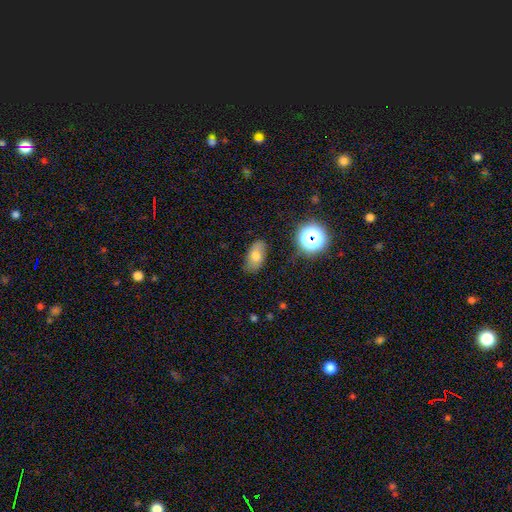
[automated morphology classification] smooth 69%, featured or disk 19%, star or artifact 13%. Down the decision tree: how rounded — in between (89%); merging — none (77%).